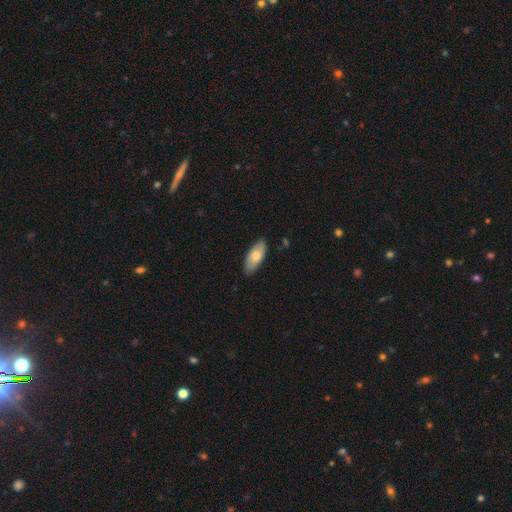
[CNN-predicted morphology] smooth 76%, featured or disk 18%, star or artifact 6%. Down the decision tree: how rounded — in between (83%); merging — none (86%).